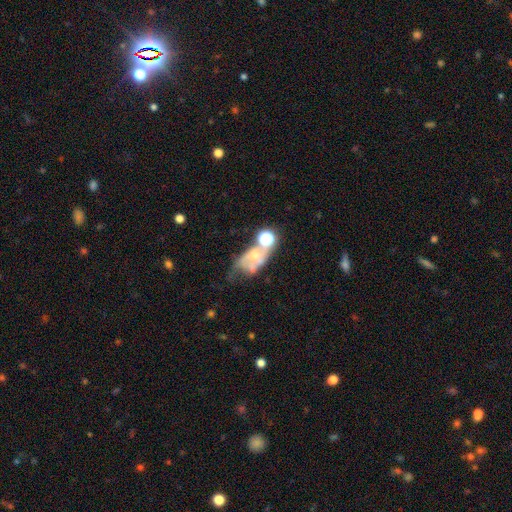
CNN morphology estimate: Smooth or featured?
  - featured or disk: 55% *
  - smooth: 30%
  - star or artifact: 15%
Edge-on disk?
  - no: 94% *
  - yes: 6%
Bar?
  - no: 81% *
  - weak: 14%
  - strong: 4%
Spiral arms?
  - no: 60% *
  - yes: 40%
Bulge size?
  - moderate: 47% *
  - small: 36%
  - none: 9%
  - large: 6%
  - dominant: 2%
Merging?
  - merger: 34% *
  - major disturbance: 27%
  - none: 21%
  - minor disturbance: 17%